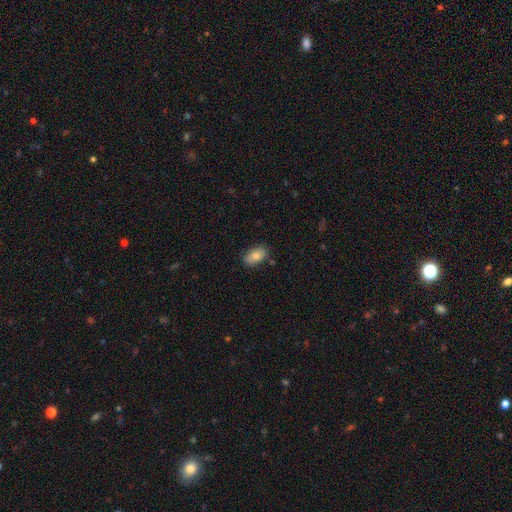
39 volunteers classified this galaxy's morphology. This appears to be a smooth galaxy with no disk features (87%) that is in between round and cigar-shaped (100%). Merging: none (72%).